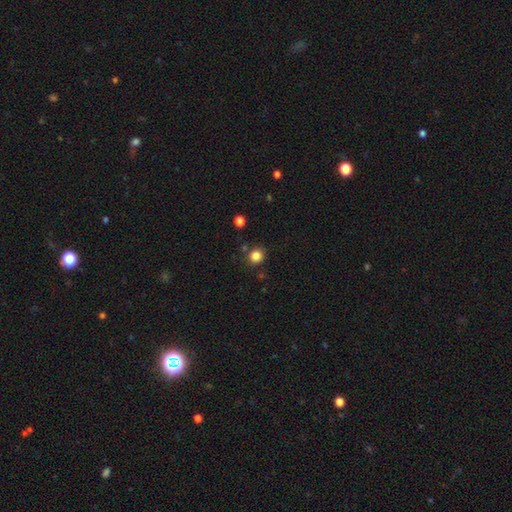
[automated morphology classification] smooth_or_featured: smooth (p=0.83) [alt: star or artifact p=0.12]
how_rounded: round (p=0.88) [alt: in between p=0.11]
merging: none (p=0.83) [alt: minor disturbance p=0.09]